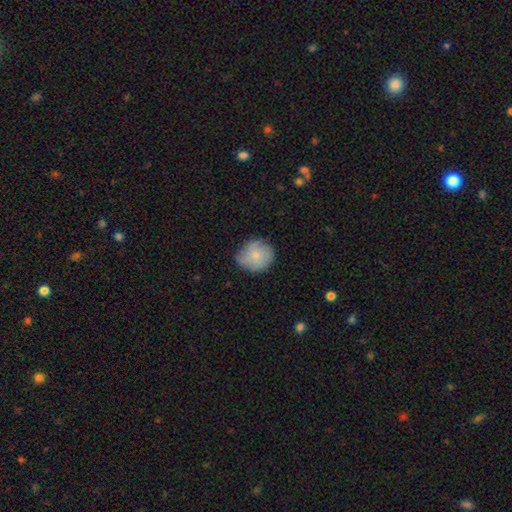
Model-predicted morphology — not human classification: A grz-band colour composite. It shows a smooth galaxy with no disk features (78%) that is round (85%). Merging: none (63%).